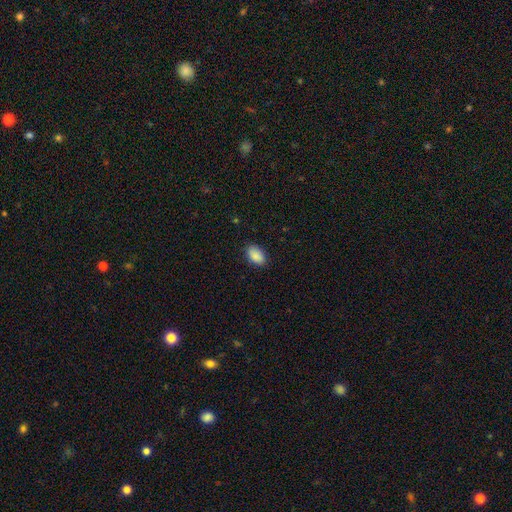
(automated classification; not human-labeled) smooth-or-featured: smooth: 89% | star or artifact: 7% | featured or disk: 4%
  how-rounded: in between: 92% | round: 6% | cigar-shaped: 2%
  merging: none: 86% | minor disturbance: 11% | major disturbance: 2% | merger: 1%